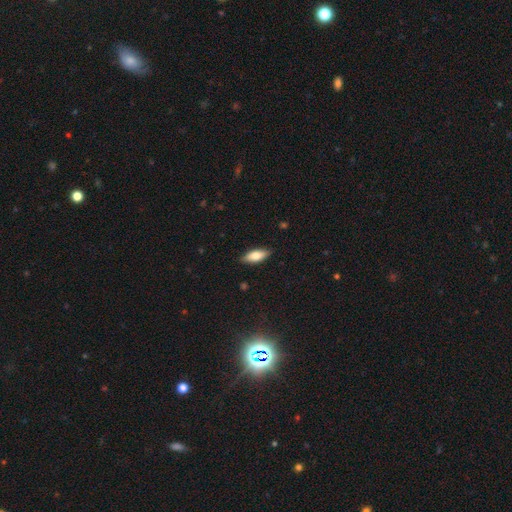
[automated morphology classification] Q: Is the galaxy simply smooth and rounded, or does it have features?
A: smooth — 77%.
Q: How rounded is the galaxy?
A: in between — 76%.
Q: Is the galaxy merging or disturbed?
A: none — 87%.